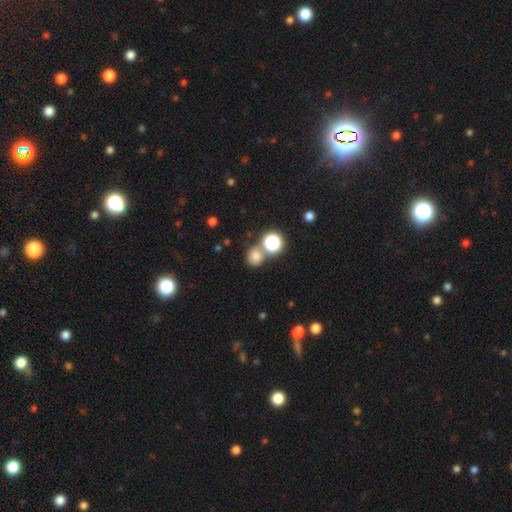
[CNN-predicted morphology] smooth_or_featured: smooth (p=0.75) [alt: star or artifact p=0.19]
how_rounded: round (p=0.84) [alt: in between p=0.15]
merging: none (p=0.65) [alt: merger p=0.22]